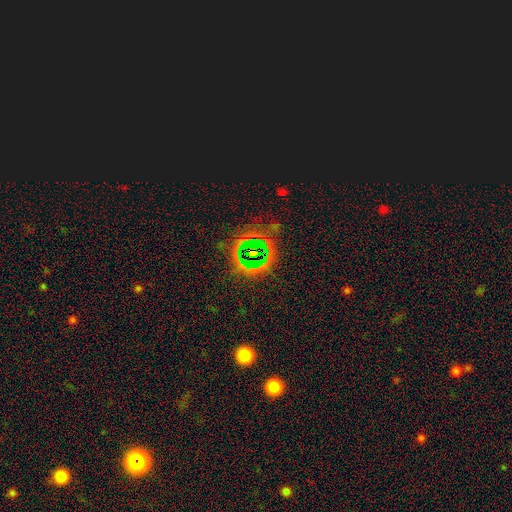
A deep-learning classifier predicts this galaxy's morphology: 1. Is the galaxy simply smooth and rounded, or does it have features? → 73% star or artifact, 14% smooth, 13% featured or disk.